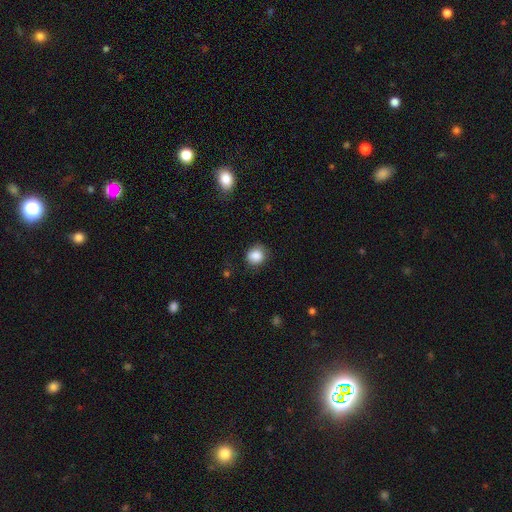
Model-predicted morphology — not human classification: A smooth galaxy with no disk features (86%) that is round (77%). Merging: none (74%).